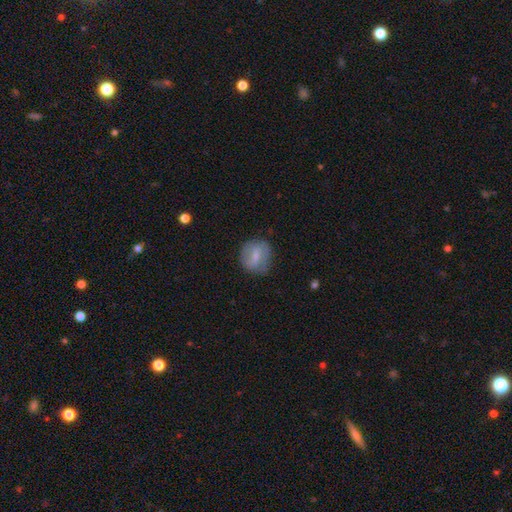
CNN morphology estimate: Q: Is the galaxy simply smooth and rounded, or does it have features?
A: smooth — 55%.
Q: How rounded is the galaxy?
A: round — 70%.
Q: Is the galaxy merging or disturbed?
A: none — 68%.